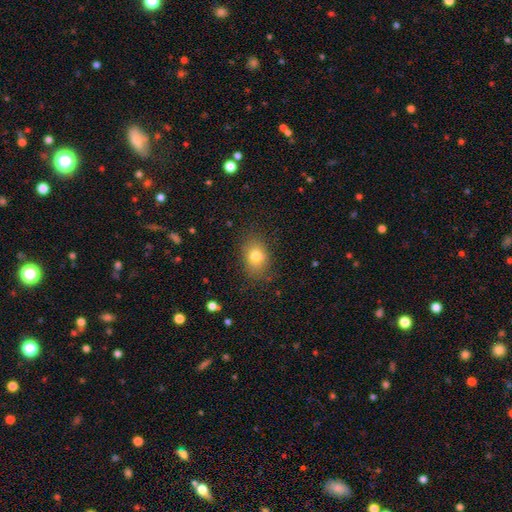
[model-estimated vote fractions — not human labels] smooth 76%, featured or disk 12%, star or artifact 12%. Down the decision tree: how rounded — in between (67%); merging — none (79%).